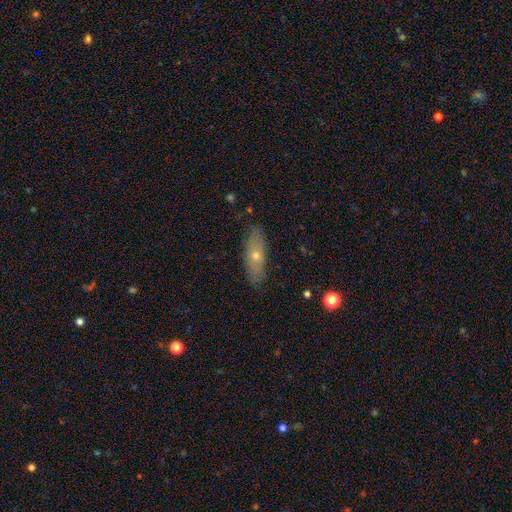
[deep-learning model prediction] smooth 49%, featured or disk 43%, star or artifact 8%. Down the decision tree: merging — none (84%).